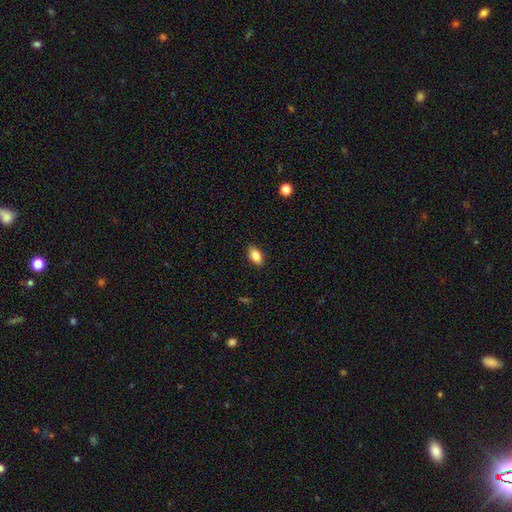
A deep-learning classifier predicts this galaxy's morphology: A smooth galaxy with no disk features (85%) that is in between round and cigar-shaped (90%).

Vote fractions:
- Smooth or featured? smooth: 85% / star or artifact: 8% / featured or disk: 7%
- How rounded? in between: 90% / round: 6% / cigar-shaped: 4%
- Merging? none: 88% / minor disturbance: 9% / major disturbance: 2% / merger: 1%